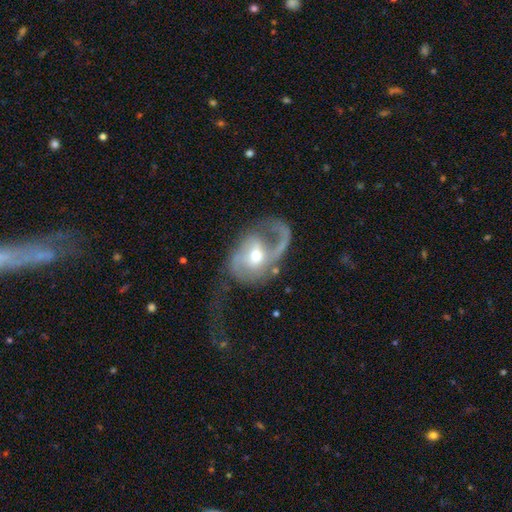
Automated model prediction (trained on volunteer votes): Q: Smooth or featured?
A: featured or disk (78%); runner-up: smooth (16%)
Q: Edge-on disk?
A: no (97%); runner-up: yes (3%)
Q: Bar?
A: no (43%); runner-up: weak (42%)
Q: Spiral arms?
A: yes (86%); runner-up: no (14%)
Q: Spiral winding?
A: loose (50%); runner-up: medium (36%)
Q: Spiral arm count?
A: 1 (51%); runner-up: 2 (37%)
Q: Bulge size?
A: moderate (65%); runner-up: small (26%)
Q: Merging?
A: major disturbance (48%); runner-up: none (30%)